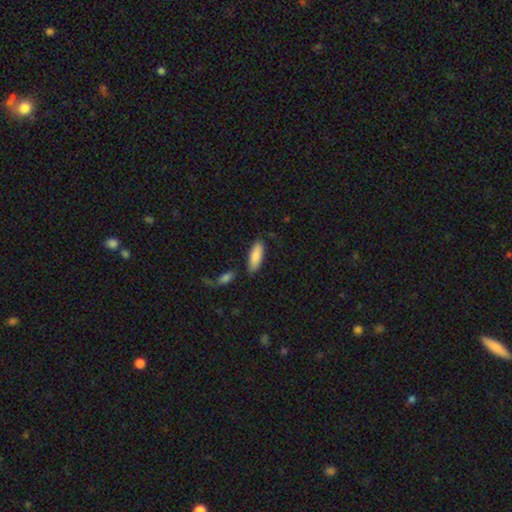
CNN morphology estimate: This appears to be a smooth galaxy with no disk features (86%) that is in between round and cigar-shaped (64%). Merging: none (78%).